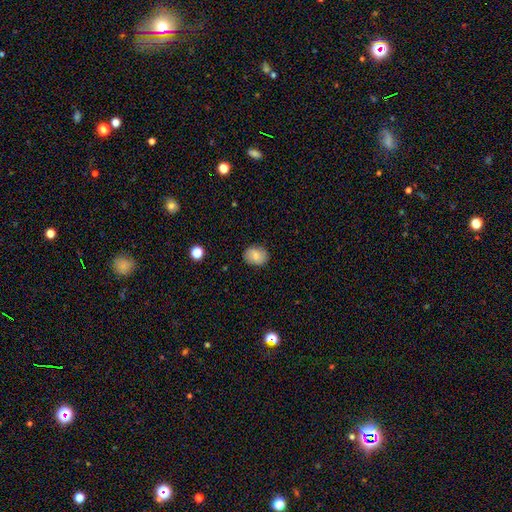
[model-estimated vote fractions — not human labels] Smooth or featured? smooth (81%)
How rounded? in between (56%)
Merging? none (84%)